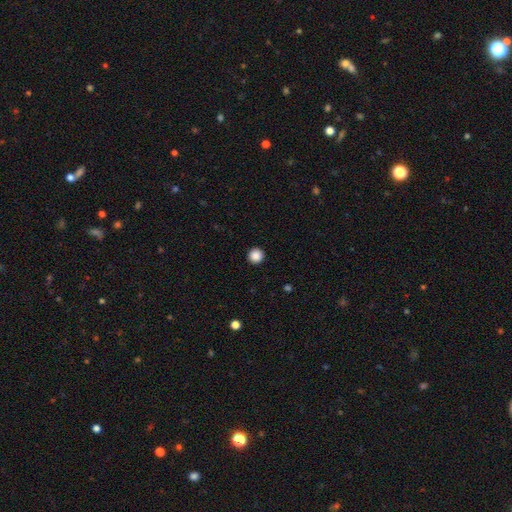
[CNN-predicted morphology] A smooth galaxy with no disk features (87%) that is round (96%). Merging: none (94%).